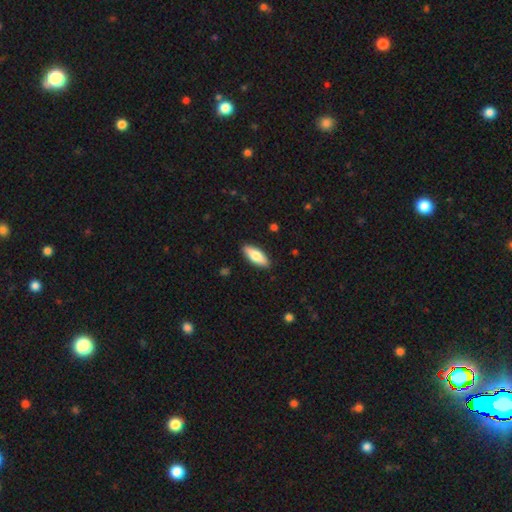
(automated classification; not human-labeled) A smooth galaxy with no disk features (75%) that is in between round and cigar-shaped (72%). Merging: none (89%).